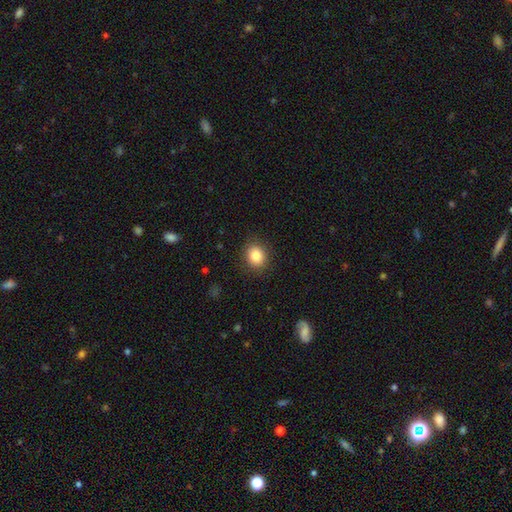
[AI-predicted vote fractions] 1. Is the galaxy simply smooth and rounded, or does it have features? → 85% smooth, 9% star or artifact, 6% featured or disk.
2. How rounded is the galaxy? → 63% round, 36% in between, 1% cigar-shaped.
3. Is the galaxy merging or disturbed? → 88% none, 9% minor disturbance, 3% major disturbance, 1% merger.